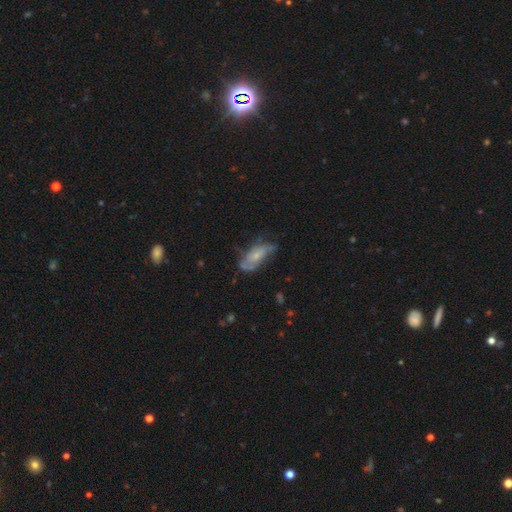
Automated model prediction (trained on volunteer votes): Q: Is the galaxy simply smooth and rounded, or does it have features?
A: featured or disk — 54%.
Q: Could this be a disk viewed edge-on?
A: no — 90%.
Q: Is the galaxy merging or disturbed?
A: none — 44%.